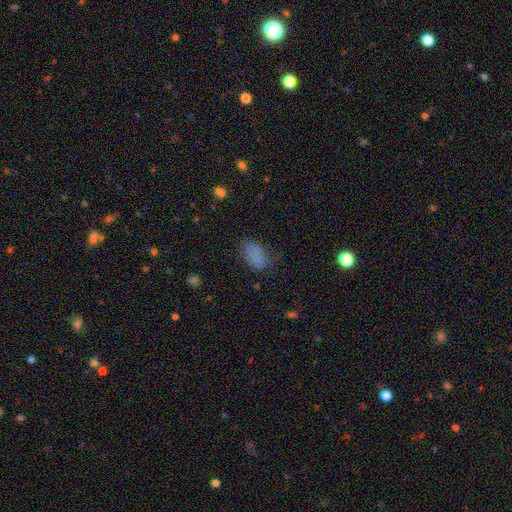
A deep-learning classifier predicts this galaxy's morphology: Smooth or featured?
  - smooth: 79% *
  - star or artifact: 13%
  - featured or disk: 8%
How rounded?
  - in between: 91% *
  - round: 7%
  - cigar-shaped: 2%
Merging?
  - none: 62% *
  - minor disturbance: 25%
  - major disturbance: 11%
  - merger: 2%